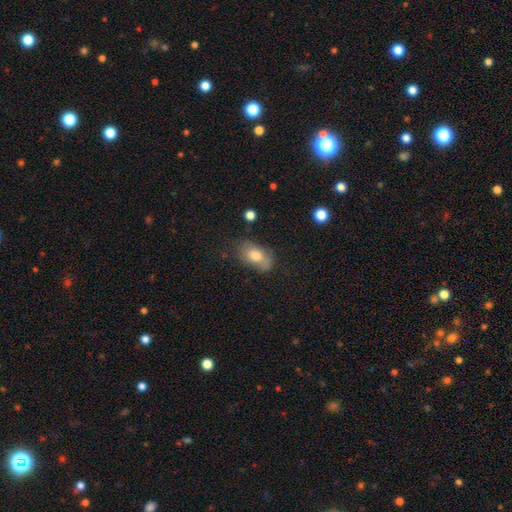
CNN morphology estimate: smooth_or_featured: smooth (p=0.73) [alt: featured or disk p=0.19]
how_rounded: in between (p=0.89) [alt: round p=0.07]
merging: none (p=0.60) [alt: minor disturbance p=0.28]